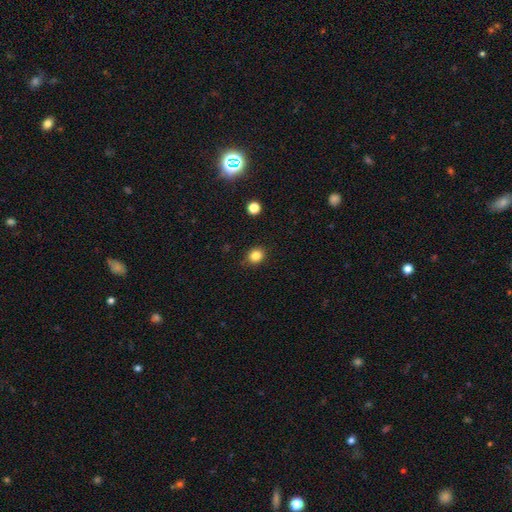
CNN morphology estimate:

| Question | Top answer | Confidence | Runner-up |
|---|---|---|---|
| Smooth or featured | smooth | 83% | star or artifact (12%) |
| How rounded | round | 76% | in between (23%) |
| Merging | none | 87% | minor disturbance (10%) |